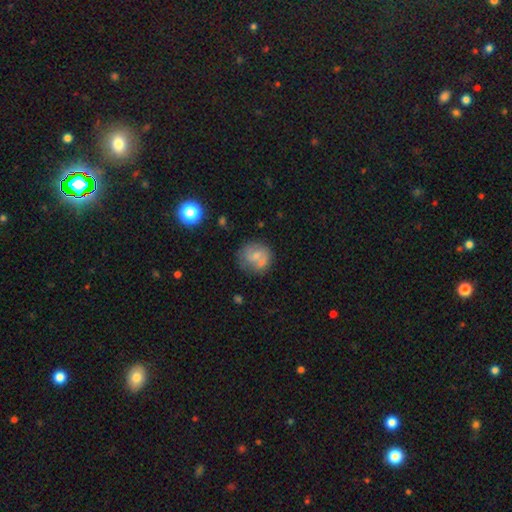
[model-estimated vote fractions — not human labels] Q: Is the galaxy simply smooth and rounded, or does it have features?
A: smooth — 52%.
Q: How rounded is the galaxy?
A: round — 82%.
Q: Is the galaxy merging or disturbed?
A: none — 54%.